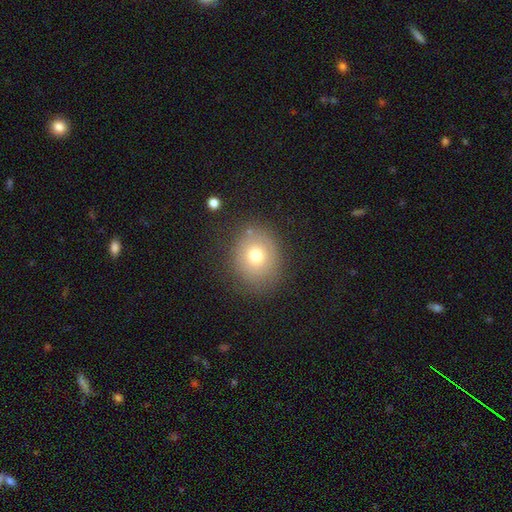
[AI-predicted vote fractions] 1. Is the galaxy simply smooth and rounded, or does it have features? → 69% smooth, 20% featured or disk, 12% star or artifact.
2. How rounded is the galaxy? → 64% round, 35% in between, 1% cigar-shaped.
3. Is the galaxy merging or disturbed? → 76% none, 15% minor disturbance, 6% major disturbance, 2% merger.